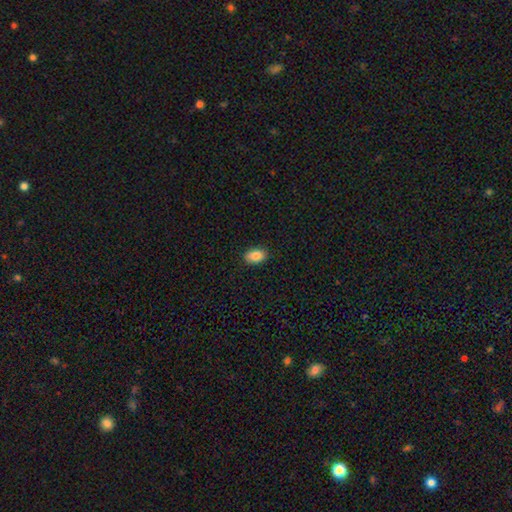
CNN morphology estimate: This appears to be a smooth galaxy with no disk features (86%) that is in between round and cigar-shaped (89%). Merging: none (90%).